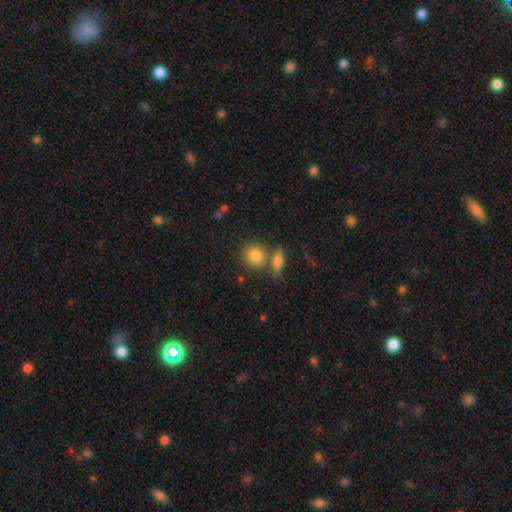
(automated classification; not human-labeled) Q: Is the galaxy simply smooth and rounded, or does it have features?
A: smooth — 84%.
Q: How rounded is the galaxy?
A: round — 78%.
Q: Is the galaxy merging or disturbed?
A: none — 64%.